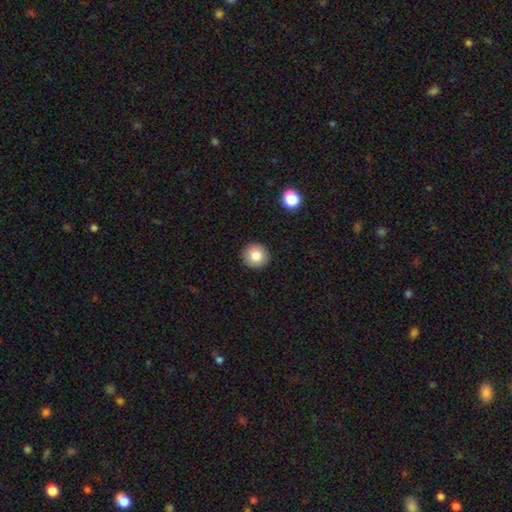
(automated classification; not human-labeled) Smooth or featured? smooth (82%)
How rounded? round (94%)
Merging? none (93%)